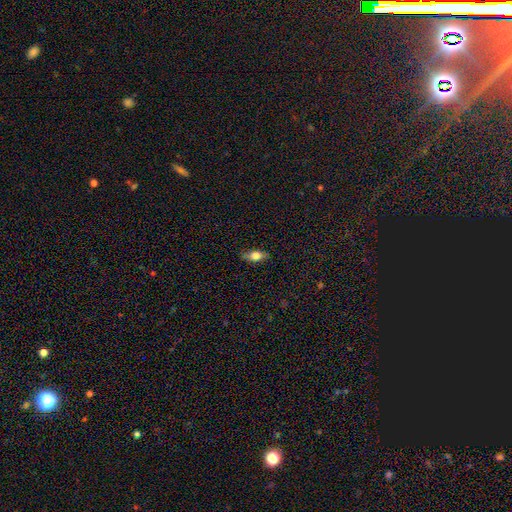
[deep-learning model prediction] Smooth or featured? smooth (68%)
How rounded? in between (76%)
Merging? none (84%)